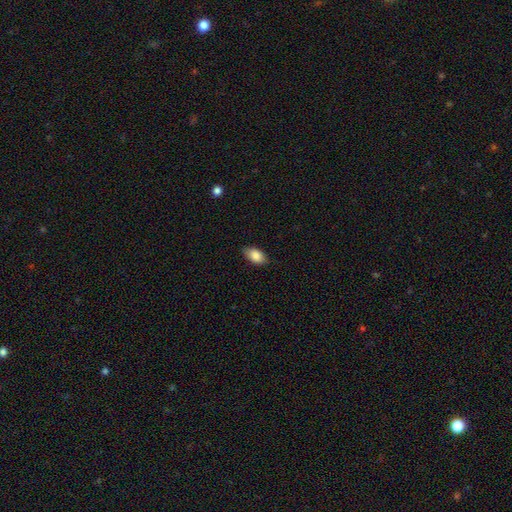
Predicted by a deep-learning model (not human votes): Morphology: type=smooth (87%); roundness=in between (92%); merging=none (83%).